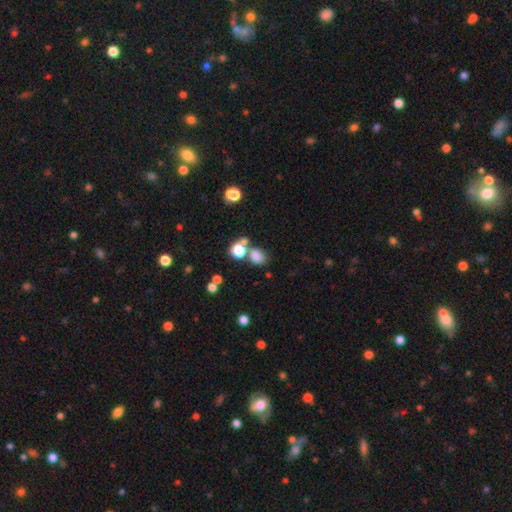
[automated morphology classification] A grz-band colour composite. It shows a smooth galaxy with no disk features (78%) that is in between round and cigar-shaped (51%). Merging: none (49%).